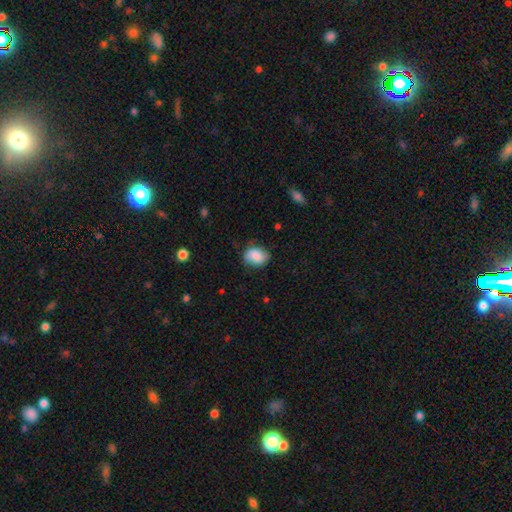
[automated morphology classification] Smooth or featured?
  - smooth: 79% *
  - featured or disk: 14%
  - star or artifact: 8%
How rounded?
  - in between: 60% *
  - round: 39%
  - cigar-shaped: 1%
Merging?
  - none: 70% *
  - minor disturbance: 23%
  - major disturbance: 5%
  - merger: 1%